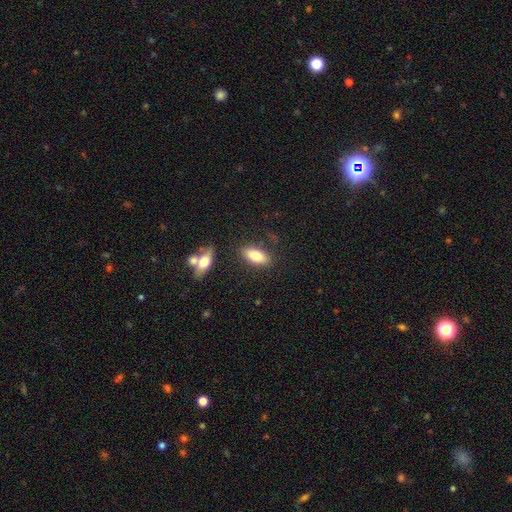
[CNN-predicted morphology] Smooth or featured?
  - smooth: 77% *
  - featured or disk: 16%
  - star or artifact: 7%
How rounded?
  - in between: 81% *
  - cigar-shaped: 15%
  - round: 3%
Merging?
  - none: 78% *
  - minor disturbance: 12%
  - merger: 6%
  - major disturbance: 4%